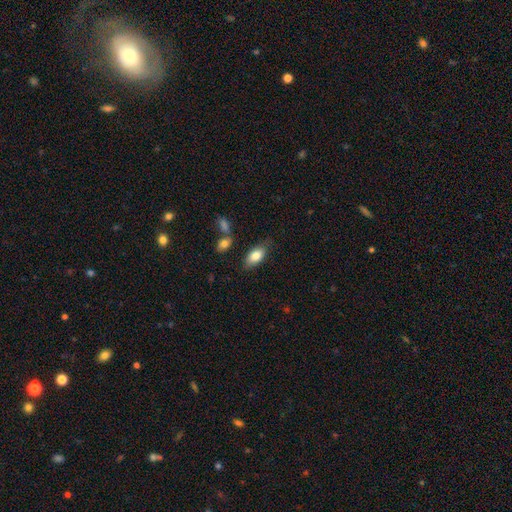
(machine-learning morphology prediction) A smooth galaxy with no disk features (81%) that is in between round and cigar-shaped (90%).

Vote fractions:
- Smooth or featured? smooth: 81% / featured or disk: 12% / star or artifact: 7%
- How rounded? in between: 90% / cigar-shaped: 7% / round: 4%
- Merging? none: 75% / minor disturbance: 18% / major disturbance: 4% / merger: 4%